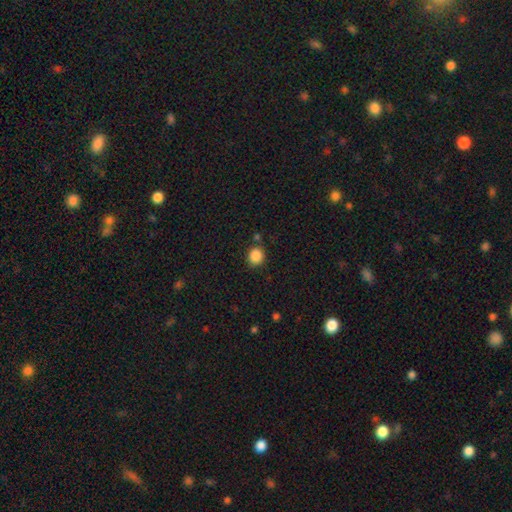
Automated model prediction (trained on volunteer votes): smooth-or-featured: smooth: 87% | star or artifact: 10% | featured or disk: 3%
  how-rounded: round: 80% | in between: 19% | cigar-shaped: 1%
  merging: none: 82% | minor disturbance: 10% | merger: 5% | major disturbance: 3%